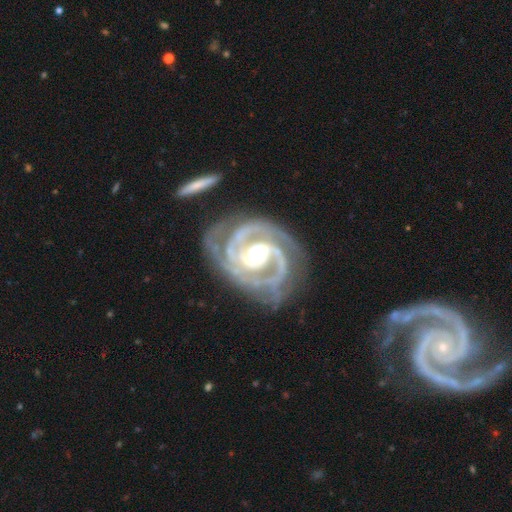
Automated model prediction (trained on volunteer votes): Morphology: type=featured or disk (93%); edge-on=no (98%); bar=no (46%); spiral arms=yes (98%); winding=tight (63%); arm count=2 (48%); bulge=moderate (70%); merging=none (72%).